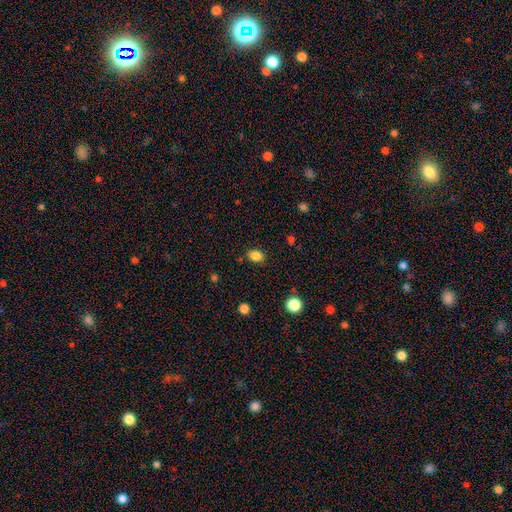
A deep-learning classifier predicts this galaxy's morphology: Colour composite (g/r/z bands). It shows a smooth galaxy with no disk features (85%) that is in between round and cigar-shaped (74%). Merging: none (86%).